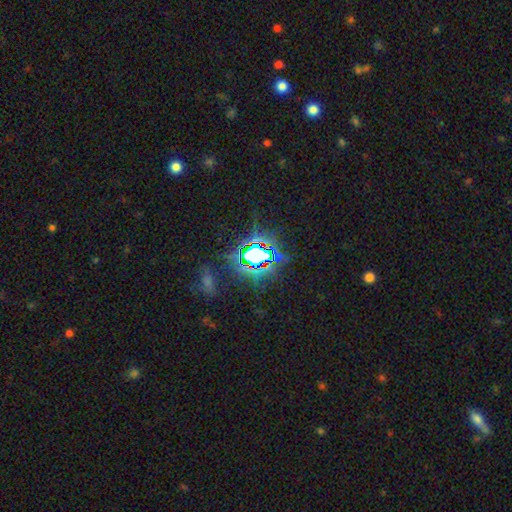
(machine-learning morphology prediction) This is likely a star or artifact rather than a galaxy (78%).